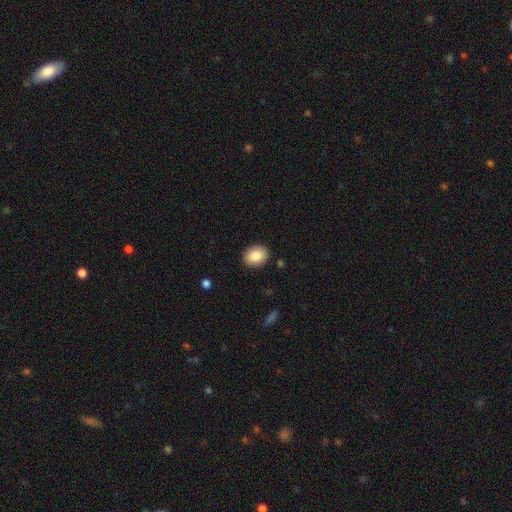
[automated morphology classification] type=smooth (87%); roundness=in between (60%); merging=none (89%).